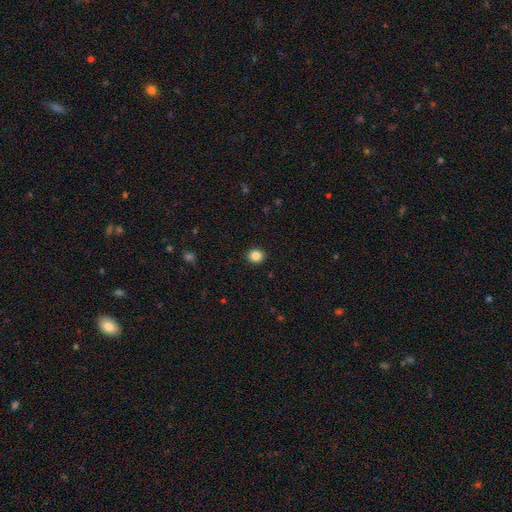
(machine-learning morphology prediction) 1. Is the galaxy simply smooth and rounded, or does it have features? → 86% smooth, 10% star or artifact, 4% featured or disk.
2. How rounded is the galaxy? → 83% round, 16% in between, 1% cigar-shaped.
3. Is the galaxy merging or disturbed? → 92% none, 5% minor disturbance, 2% major disturbance, 1% merger.